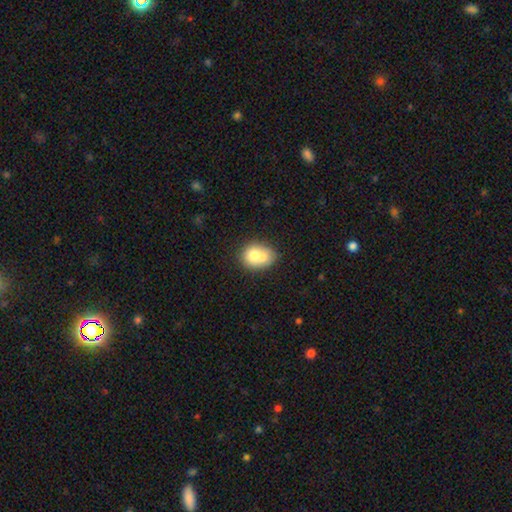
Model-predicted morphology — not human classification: Smooth or featured?
  - smooth: 73% *
  - featured or disk: 18%
  - star or artifact: 9%
How rounded?
  - round: 50% *
  - in between: 49%
  - cigar-shaped: 1%
Merging?
  - merger: 43% *
  - none: 38%
  - minor disturbance: 14%
  - major disturbance: 5%